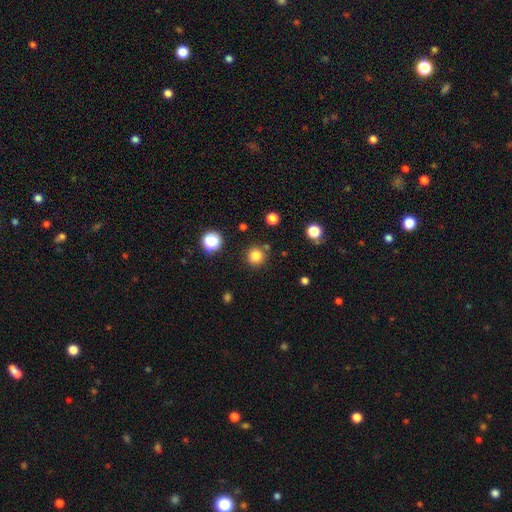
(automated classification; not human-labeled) Smooth or featured?
  - smooth: 82% *
  - star or artifact: 14%
  - featured or disk: 5%
How rounded?
  - round: 94% *
  - in between: 5%
  - cigar-shaped: 1%
Merging?
  - none: 84% *
  - minor disturbance: 8%
  - merger: 5%
  - major disturbance: 3%